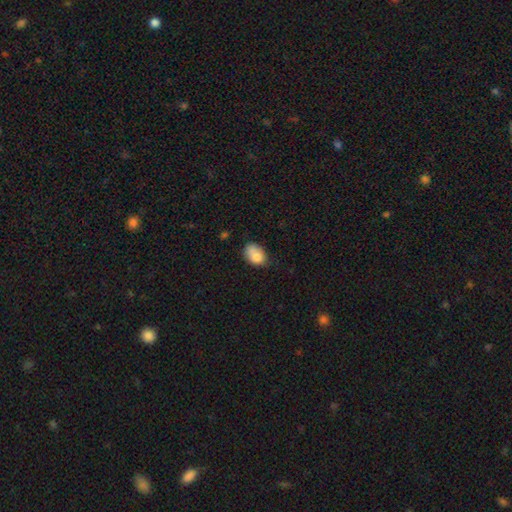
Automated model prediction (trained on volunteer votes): Q: Smooth or featured?
A: smooth (78%); runner-up: featured or disk (13%)
Q: How rounded?
A: in between (76%); runner-up: round (23%)
Q: Merging?
A: none (47%); runner-up: minor disturbance (30%)